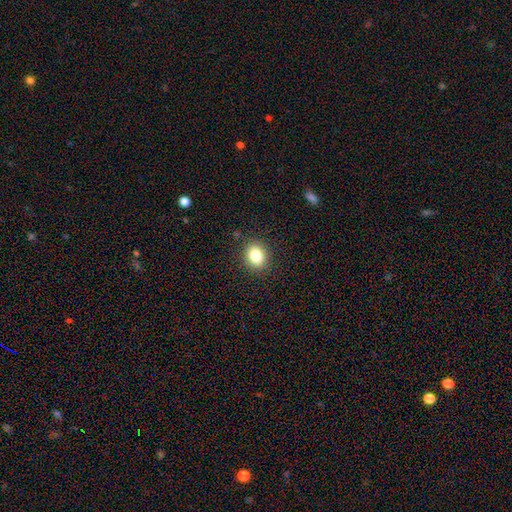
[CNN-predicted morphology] Smooth or featured? Predicted: smooth (p=0.83). How rounded? Predicted: round (p=0.56). Merging? Predicted: none (p=0.88).